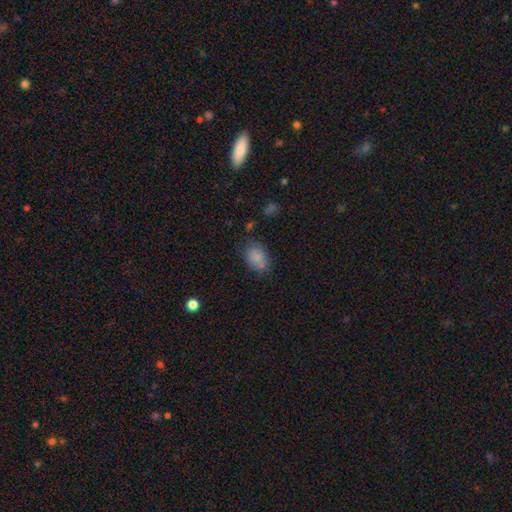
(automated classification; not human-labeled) A smooth galaxy with no disk features (82%) that is in between round and cigar-shaped (73%). Merging: none (64%).